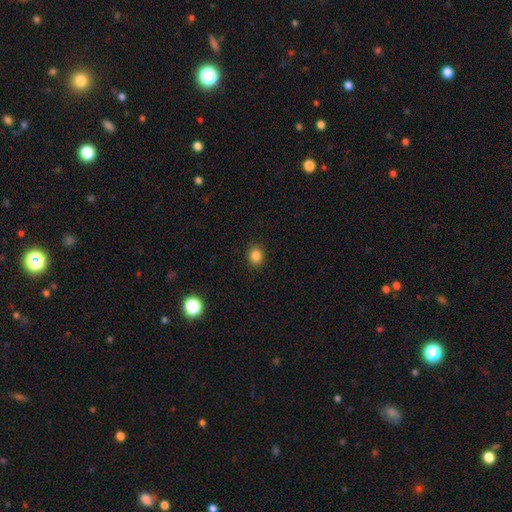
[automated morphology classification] Overall: smooth (84%). How rounded: round (70%; in between 30%). Merging: none (89%).